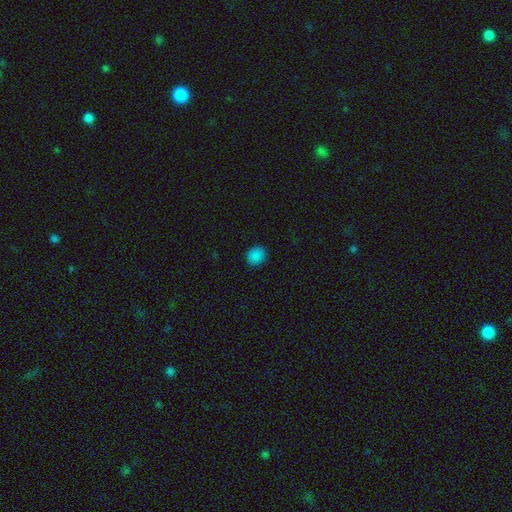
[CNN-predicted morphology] A smooth galaxy with no disk features (85%) that is round (66%). Merging: none (90%).